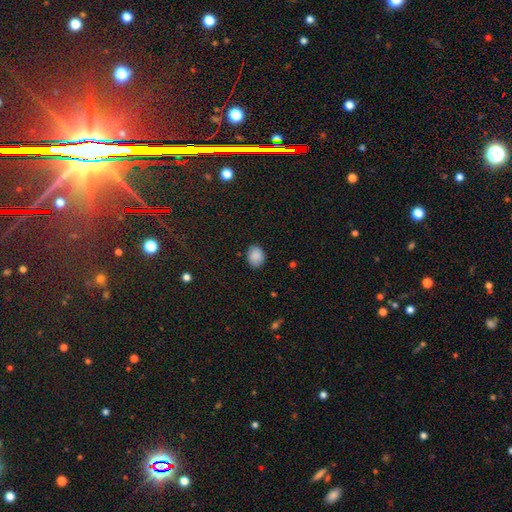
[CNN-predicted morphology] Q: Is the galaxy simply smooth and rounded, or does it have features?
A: smooth — 88%.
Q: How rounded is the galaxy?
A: round — 52%.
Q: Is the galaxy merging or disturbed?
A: none — 87%.